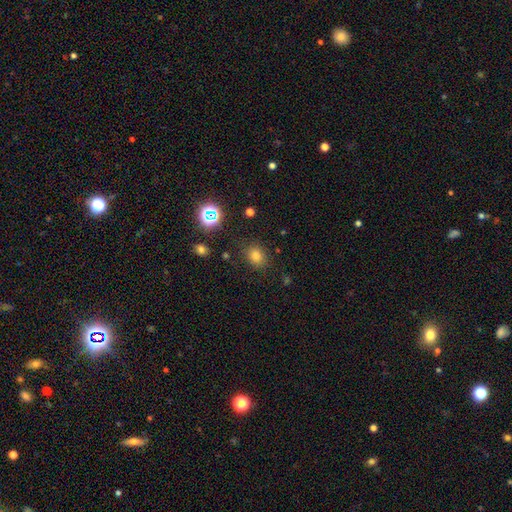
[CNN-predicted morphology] Smooth or featured?
  - smooth: 74% *
  - star or artifact: 19%
  - featured or disk: 7%
How rounded?
  - round: 59% *
  - in between: 40%
  - cigar-shaped: 1%
Merging?
  - none: 83% *
  - minor disturbance: 11%
  - major disturbance: 4%
  - merger: 3%